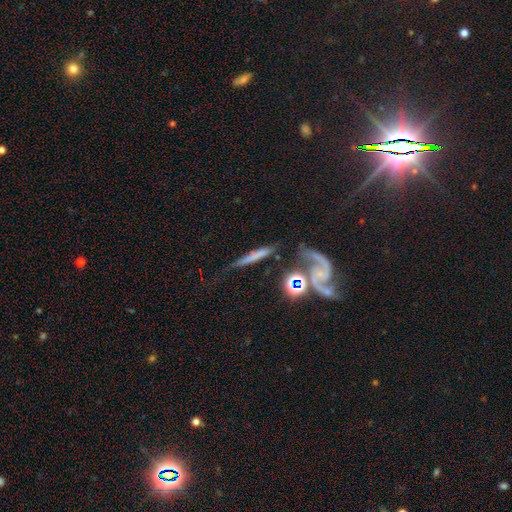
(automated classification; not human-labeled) Smooth or featured? featured or disk (51%)
Edge-on disk? yes (61%)
Merging? none (62%)